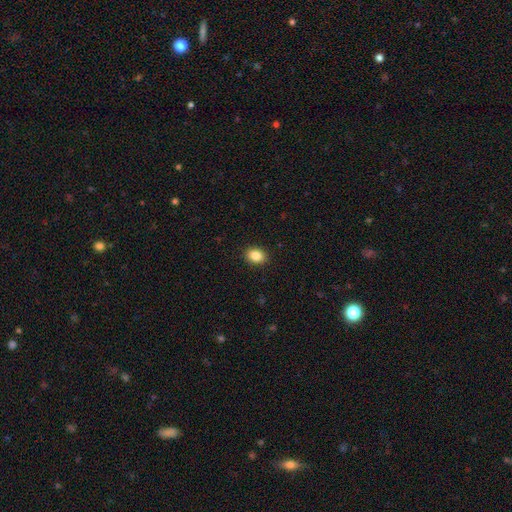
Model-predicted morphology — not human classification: Overall: smooth (86%). How rounded: in between (62%; round 37%). Merging: none (91%).